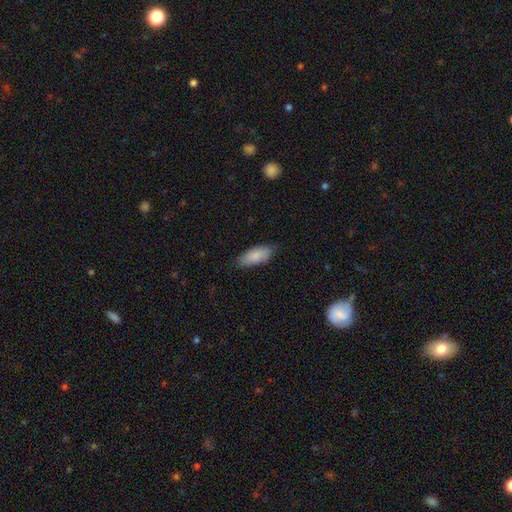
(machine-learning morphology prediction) smooth_or_featured: smooth (p=0.85) [alt: featured or disk p=0.09]
how_rounded: in between (p=0.83) [alt: cigar-shaped p=0.15]
merging: none (p=0.78) [alt: minor disturbance p=0.18]